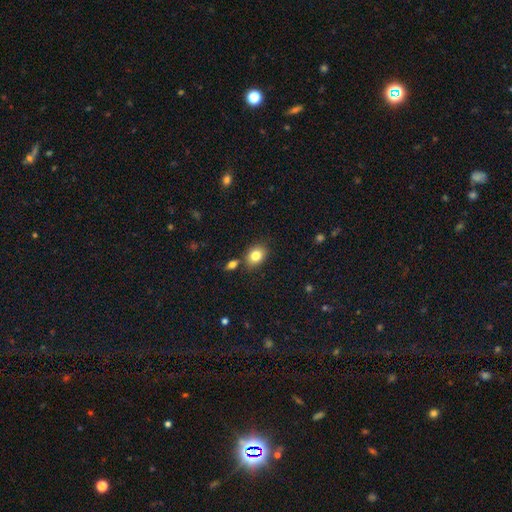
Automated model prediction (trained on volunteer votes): Morphology: type=smooth (81%); roundness=in between (63%); merging=none (77%).